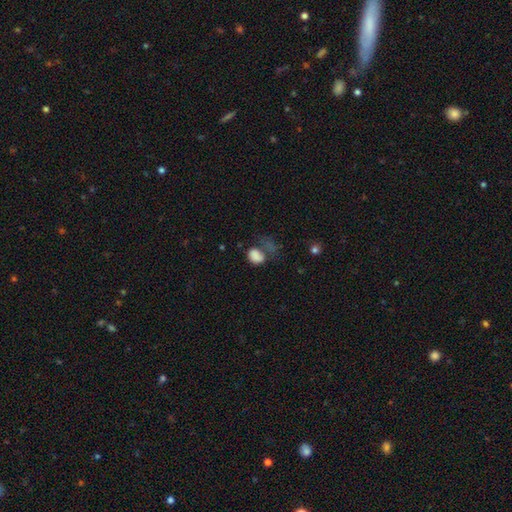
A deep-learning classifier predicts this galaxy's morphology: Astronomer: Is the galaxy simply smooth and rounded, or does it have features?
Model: smooth — 77%.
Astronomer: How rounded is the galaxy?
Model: in between — 68%.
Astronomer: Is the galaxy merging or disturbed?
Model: none — 33% (runner-up: major disturbance, 27%).